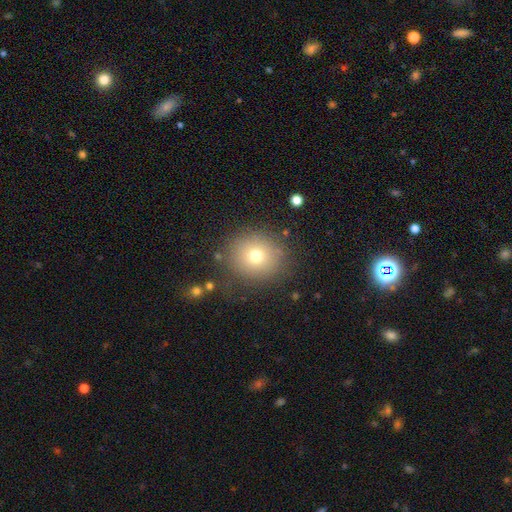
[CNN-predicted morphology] This appears to be a smooth galaxy with no disk features (73%) that is round (82%). Merging: none (81%).